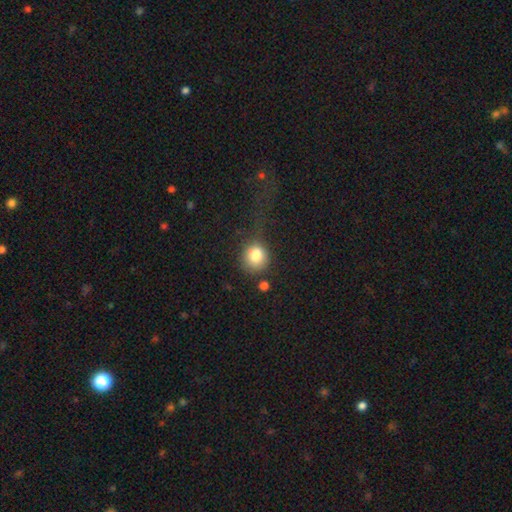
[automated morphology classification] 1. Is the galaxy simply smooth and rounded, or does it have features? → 81% smooth, 10% star or artifact, 9% featured or disk.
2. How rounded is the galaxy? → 84% round, 15% in between, 1% cigar-shaped.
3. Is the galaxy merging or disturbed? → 57% none, 21% minor disturbance, 16% major disturbance, 7% merger.